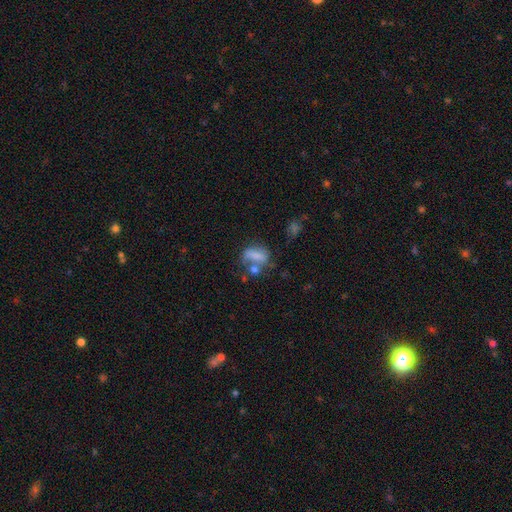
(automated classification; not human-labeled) This is likely a smooth galaxy (62%). How rounded: likely in between (76%). Merging: marginally none (34%).